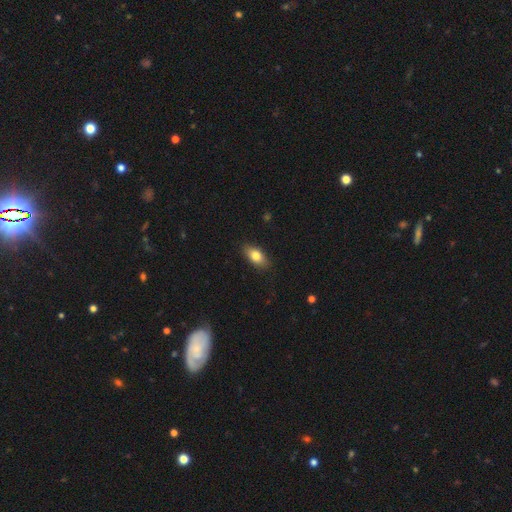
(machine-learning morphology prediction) smooth-or-featured: smooth: 78% | featured or disk: 14% | star or artifact: 7%
  how-rounded: in between: 86% | cigar-shaped: 8% | round: 6%
  merging: none: 87% | minor disturbance: 10% | major disturbance: 2% | merger: 1%